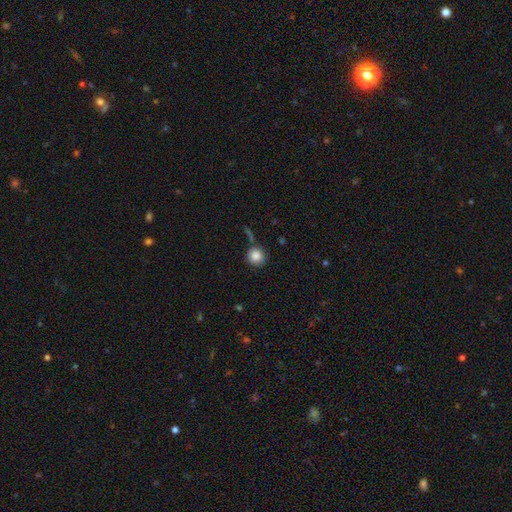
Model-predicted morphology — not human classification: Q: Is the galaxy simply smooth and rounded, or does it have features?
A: smooth — 86%.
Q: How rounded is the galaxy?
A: round — 91%.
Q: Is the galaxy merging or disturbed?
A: none — 72%.